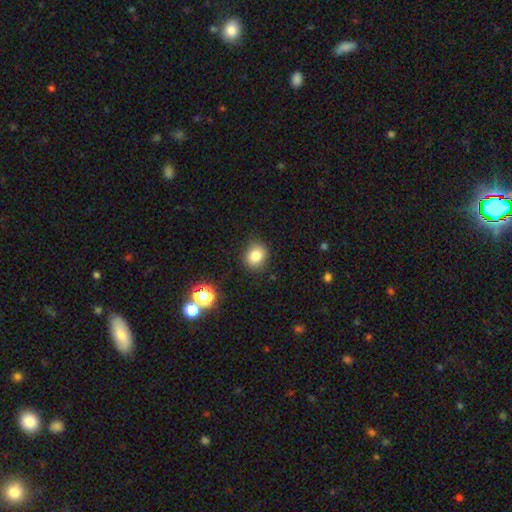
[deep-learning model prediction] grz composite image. It shows a smooth galaxy with no disk features (83%) that is round (70%). Merging: none (87%).